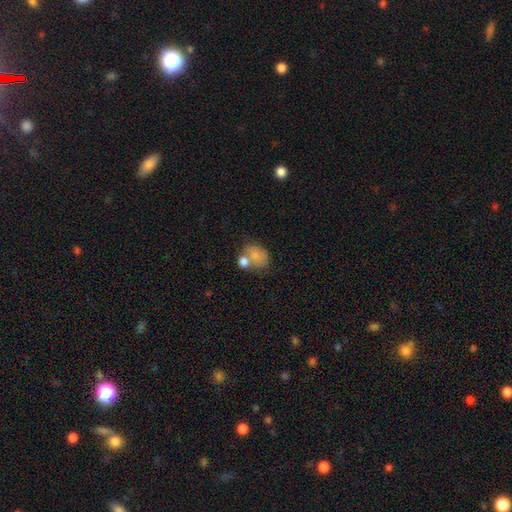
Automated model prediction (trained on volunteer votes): Overall: smooth (76%). How rounded: in between (59%; round 40%). Merging: merger (40%; none 36%).